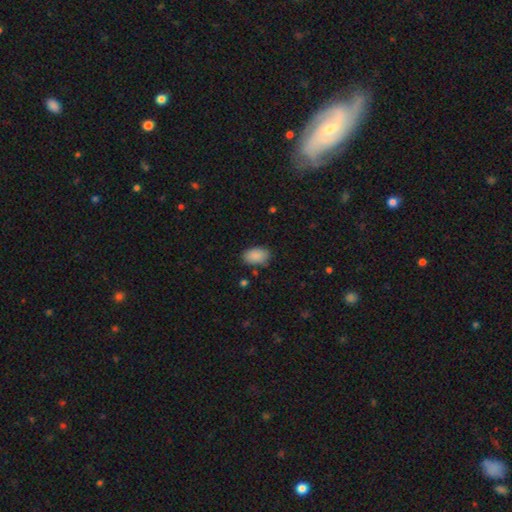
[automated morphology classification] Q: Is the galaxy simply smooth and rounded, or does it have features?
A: smooth — 89%.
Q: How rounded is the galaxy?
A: in between — 89%.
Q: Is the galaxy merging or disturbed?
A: none — 81%.